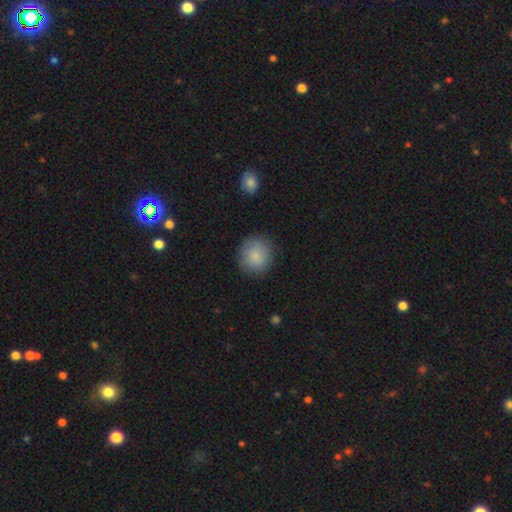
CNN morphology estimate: Smooth or featured: smooth — 85% (featured or disk — 8%)
How rounded: round — 91% (in between — 8%)
Merging: none — 86% (minor disturbance — 10%)